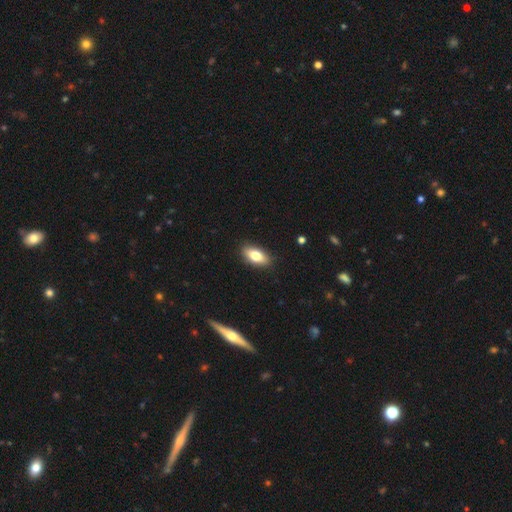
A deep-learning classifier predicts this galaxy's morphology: type=smooth (78%); roundness=in between (87%); merging=none (88%).